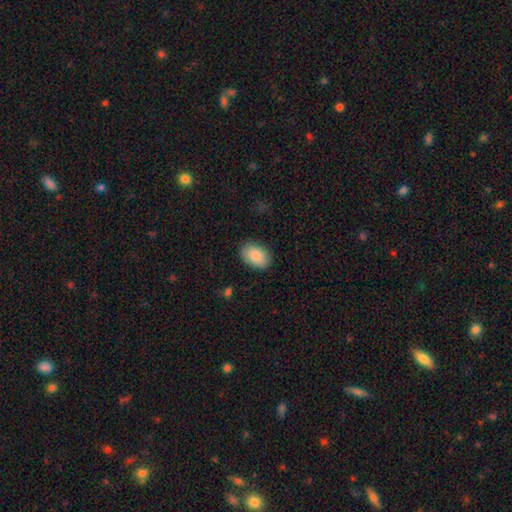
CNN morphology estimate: Overall: smooth (88%). How rounded: in between (88%). Merging: none (85%).